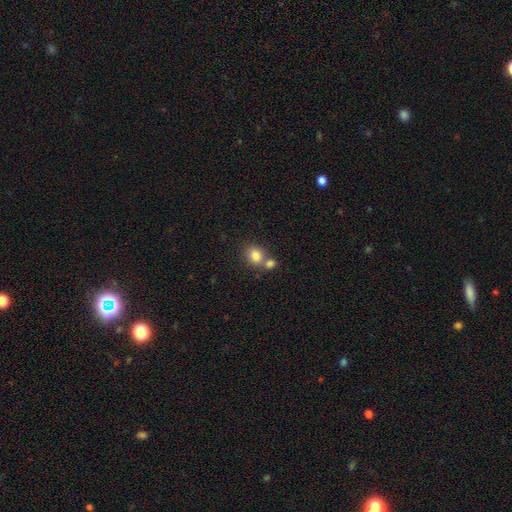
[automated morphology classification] Smooth or featured? smooth (81%)
How rounded? round (69%)
Merging? none (49%)